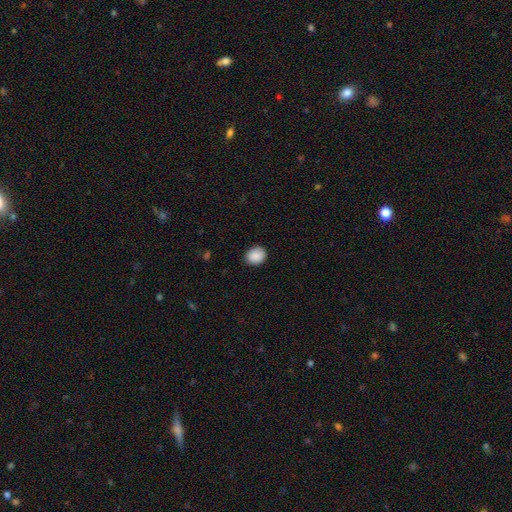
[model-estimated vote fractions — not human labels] Smooth or featured? Predicted: smooth (p=0.89). How rounded? Predicted: round (p=0.65). Merging? Predicted: none (p=0.89).